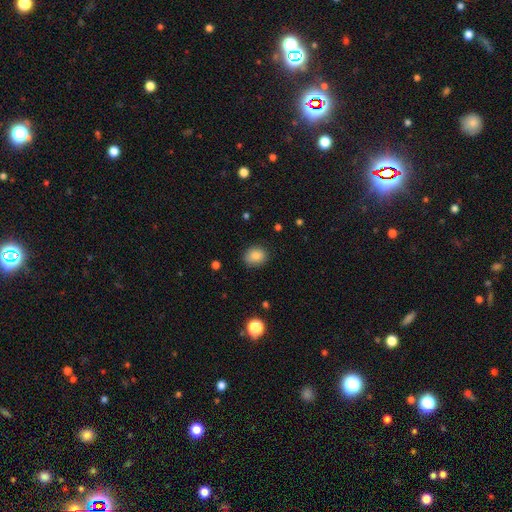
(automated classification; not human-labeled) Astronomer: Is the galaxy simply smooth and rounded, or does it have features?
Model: smooth — 84%.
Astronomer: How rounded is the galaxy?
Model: round — 64%.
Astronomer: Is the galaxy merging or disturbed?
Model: none — 85%.